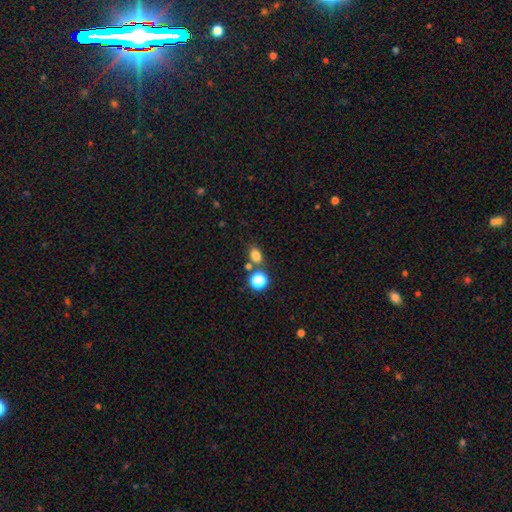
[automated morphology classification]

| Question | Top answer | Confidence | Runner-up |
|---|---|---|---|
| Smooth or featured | smooth | 78% | star or artifact (16%) |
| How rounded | in between | 66% | round (33%) |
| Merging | none | 69% | merger (16%) |